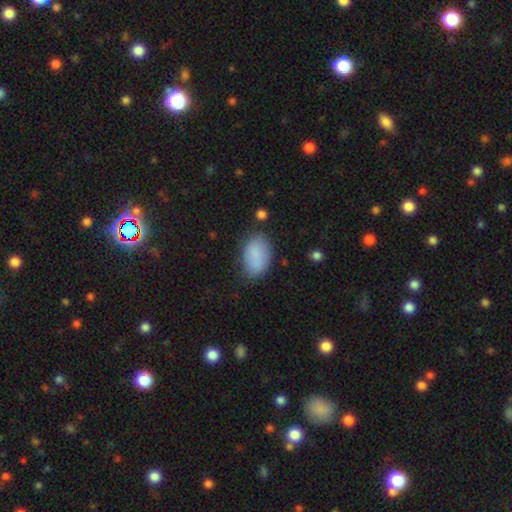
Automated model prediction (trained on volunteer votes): smooth-or-featured: smooth: 85% | featured or disk: 8% | star or artifact: 7%
  how-rounded: in between: 92% | round: 6% | cigar-shaped: 1%
  merging: none: 72% | minor disturbance: 20% | major disturbance: 5% | merger: 3%